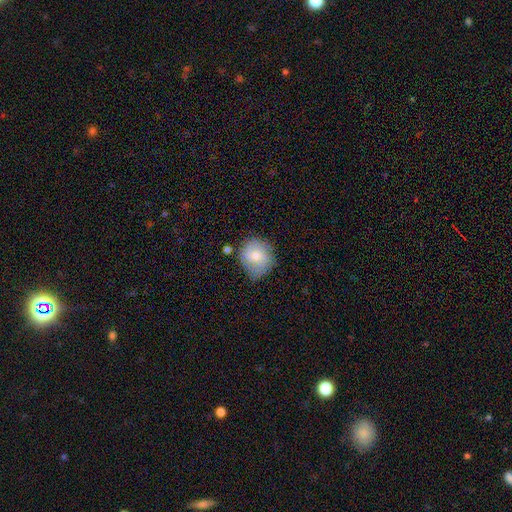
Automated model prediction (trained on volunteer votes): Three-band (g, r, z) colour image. It shows a smooth galaxy with no disk features (71%) that is round (82%). Merging: none (60%).